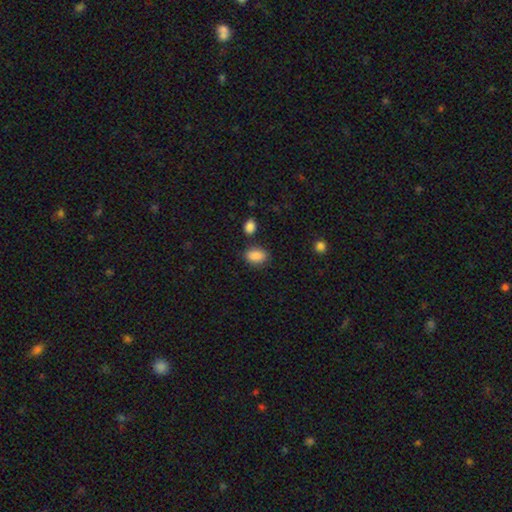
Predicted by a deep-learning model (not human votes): smooth-or-featured: smooth: 89% | star or artifact: 8% | featured or disk: 4%
  how-rounded: in between: 83% | round: 16% | cigar-shaped: 1%
  merging: none: 79% | minor disturbance: 13% | merger: 5% | major disturbance: 3%